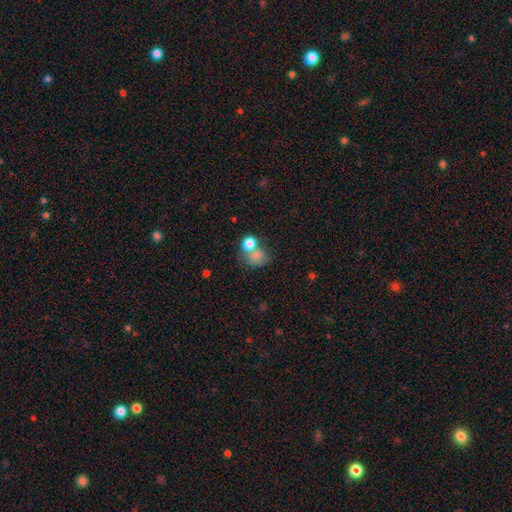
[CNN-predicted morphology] This is likely a smooth galaxy (76%). How rounded: likely round (68%). Merging: possibly merger (48%).